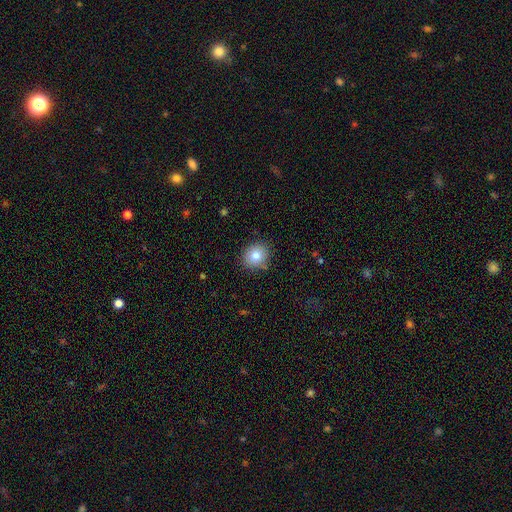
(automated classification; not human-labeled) A smooth galaxy with no disk features (80%) that is round (78%).

Vote fractions:
- Smooth or featured? smooth: 80% / star or artifact: 10% / featured or disk: 10%
- How rounded? round: 78% / in between: 21% / cigar-shaped: 1%
- Merging? none: 85% / minor disturbance: 11% / major disturbance: 3% / merger: 2%